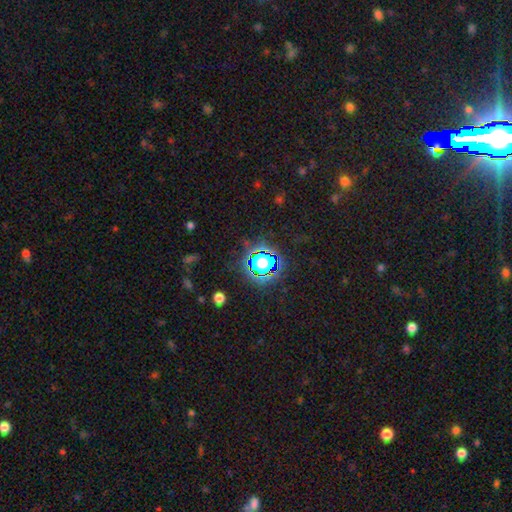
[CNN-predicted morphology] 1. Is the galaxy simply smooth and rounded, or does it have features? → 63% star or artifact, 27% smooth, 10% featured or disk.